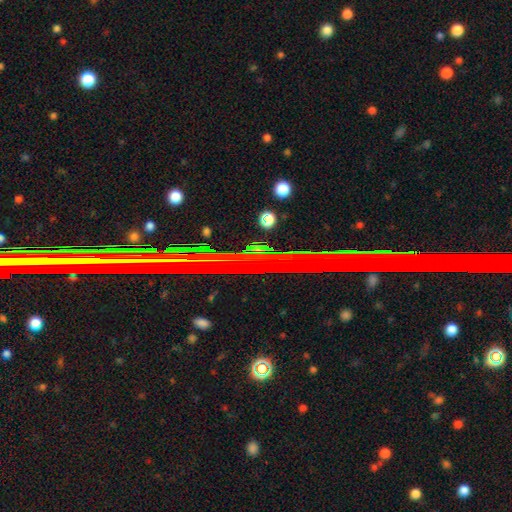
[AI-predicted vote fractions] Smooth or featured? Predicted: star or artifact (p=0.78).